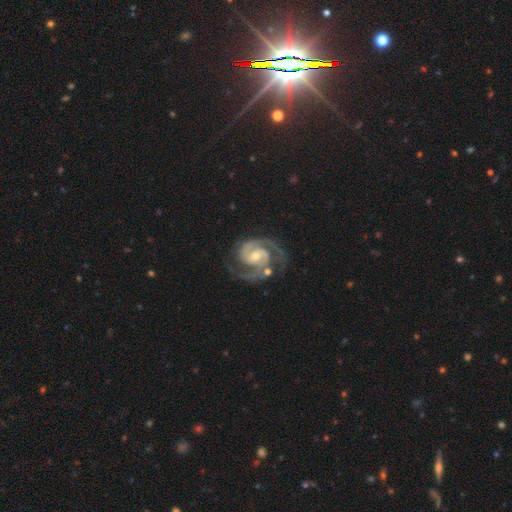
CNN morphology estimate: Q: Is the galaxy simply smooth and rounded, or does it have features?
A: featured or disk — 93%.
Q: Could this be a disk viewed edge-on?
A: no — 98%.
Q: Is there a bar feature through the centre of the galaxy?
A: no — 47%.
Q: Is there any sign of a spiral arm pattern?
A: yes — 99%.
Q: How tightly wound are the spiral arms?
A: medium — 47%, tied with tight.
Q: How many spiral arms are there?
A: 2 — 84%.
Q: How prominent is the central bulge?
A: moderate — 55%.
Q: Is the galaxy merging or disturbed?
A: none — 69%.